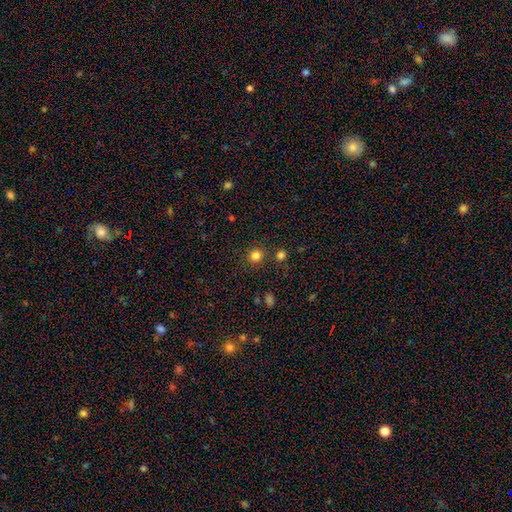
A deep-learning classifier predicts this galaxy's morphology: smooth-or-featured: smooth: 81% | star or artifact: 15% | featured or disk: 5%
  how-rounded: round: 92% | in between: 7% | cigar-shaped: 1%
  merging: none: 85% | minor disturbance: 7% | merger: 5% | major disturbance: 3%